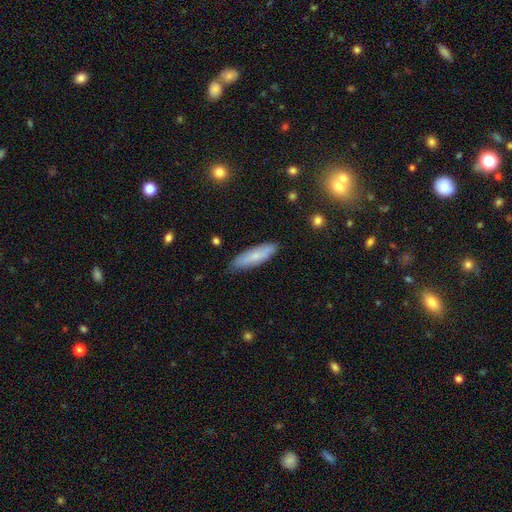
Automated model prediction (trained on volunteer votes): smooth 69%, featured or disk 25%, star or artifact 6%. Down the decision tree: how rounded — cigar-shaped (63%); merging — none (83%).